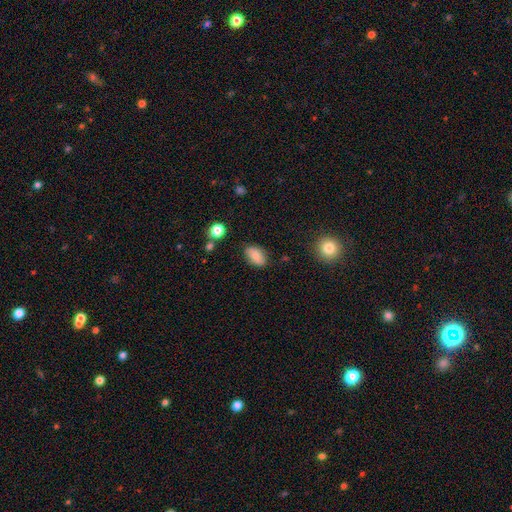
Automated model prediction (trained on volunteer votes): The model was most divided on "merging": none: 82%, minor disturbance: 13%, major disturbance: 3%, merger: 2%. More confident: how rounded — in between (90%); smooth or featured — smooth (82%).